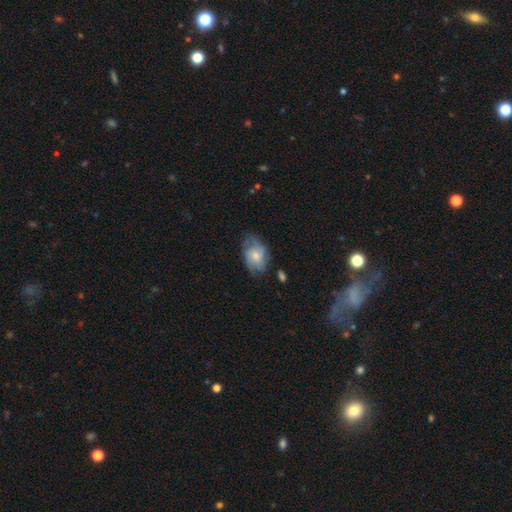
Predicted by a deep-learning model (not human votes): Smooth or featured?
  - featured or disk: 51% *
  - smooth: 42%
  - star or artifact: 7%
Edge-on disk?
  - no: 96% *
  - yes: 4%
Merging?
  - none: 60% *
  - minor disturbance: 27%
  - major disturbance: 11%
  - merger: 2%